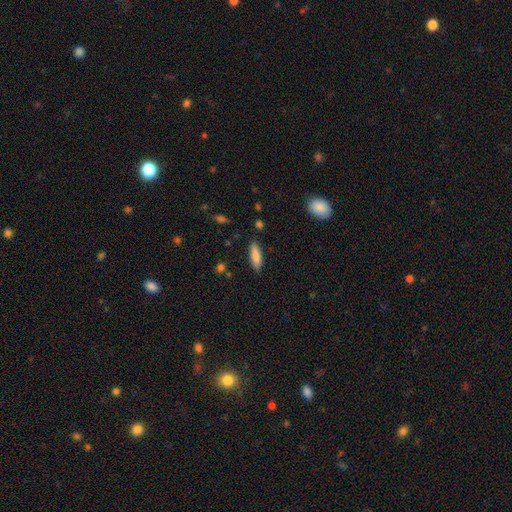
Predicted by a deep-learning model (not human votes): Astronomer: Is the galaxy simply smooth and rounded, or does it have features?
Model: smooth — 84%.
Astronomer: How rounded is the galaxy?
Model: cigar-shaped — 58% (runner-up: in between, 40%).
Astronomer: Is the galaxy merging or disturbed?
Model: none — 87%.